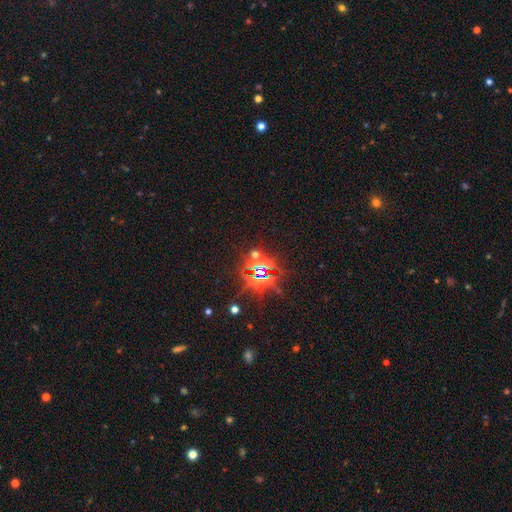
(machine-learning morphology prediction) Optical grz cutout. It shows a star or artifact, not a galaxy (81%).